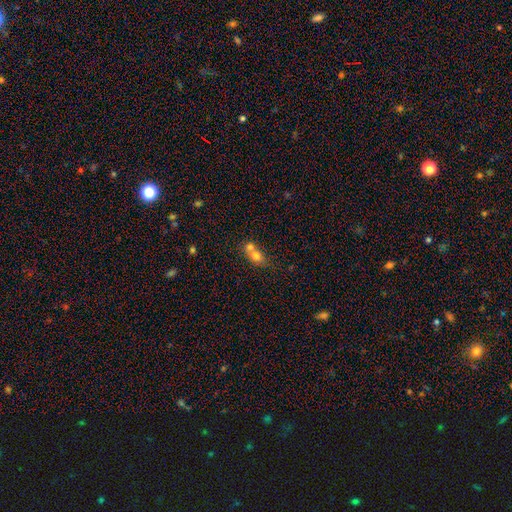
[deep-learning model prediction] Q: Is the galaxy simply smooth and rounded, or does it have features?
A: smooth — 73%.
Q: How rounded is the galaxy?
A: round — 55%.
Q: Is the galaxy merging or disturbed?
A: merger — 66%.